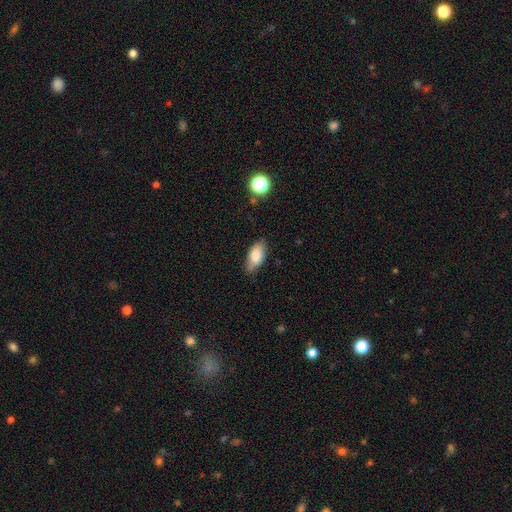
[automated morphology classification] The model was most divided on "merging": none: 74%, minor disturbance: 21%, major disturbance: 4%, merger: 2%. More confident: how rounded — in between (88%); smooth or featured — smooth (79%).